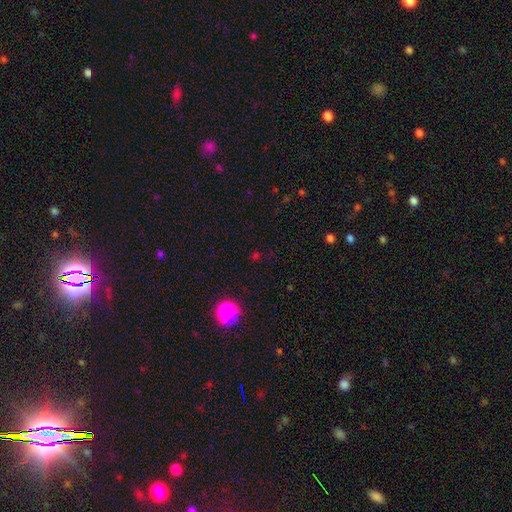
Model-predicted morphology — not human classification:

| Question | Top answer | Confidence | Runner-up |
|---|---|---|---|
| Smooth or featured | star or artifact | 52% | smooth (41%) |